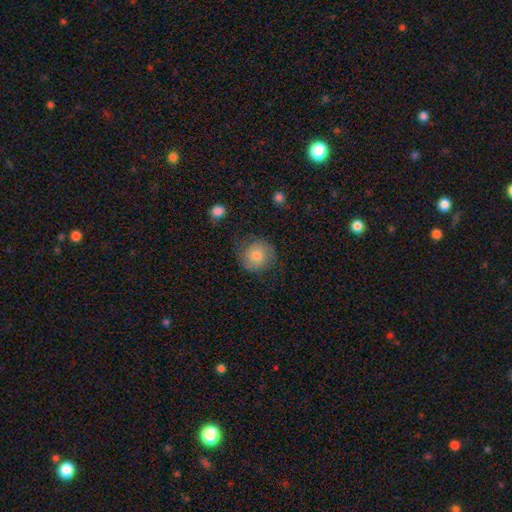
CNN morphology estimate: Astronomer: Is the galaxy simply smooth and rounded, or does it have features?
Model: smooth — 65%.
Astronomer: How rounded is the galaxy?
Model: round — 89%.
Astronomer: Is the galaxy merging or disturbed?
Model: none — 69%.